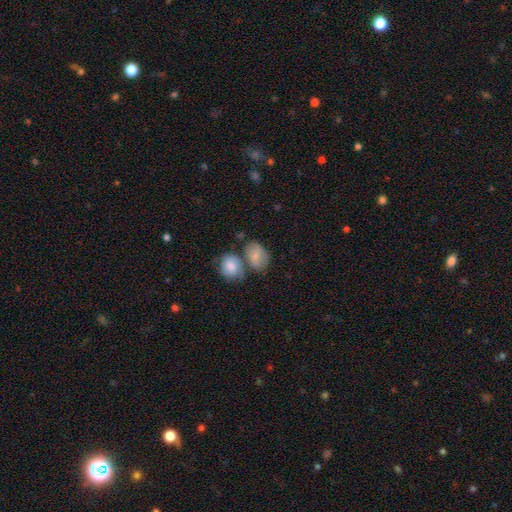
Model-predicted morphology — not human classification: smooth 77%, featured or disk 16%, star or artifact 7%. Down the decision tree: how rounded — in between (70%); merging — merger (39%).